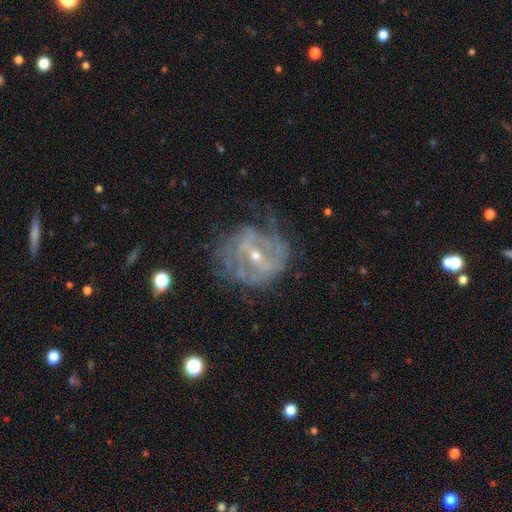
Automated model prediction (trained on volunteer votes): A featured or disk galaxy (84%) with a weak bar (44%), tight (47%) spiral arms (83%) and a small central bulge (61%). Merging: none (54%).